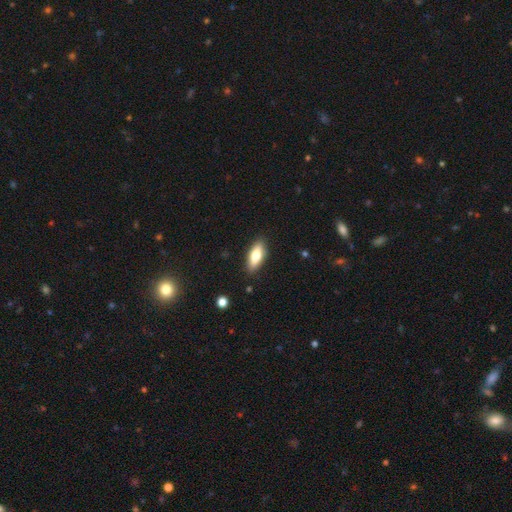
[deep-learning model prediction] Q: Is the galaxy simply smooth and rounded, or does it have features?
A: smooth — 73%.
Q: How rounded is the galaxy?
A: in between — 77%.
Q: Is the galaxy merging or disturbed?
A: none — 87%.